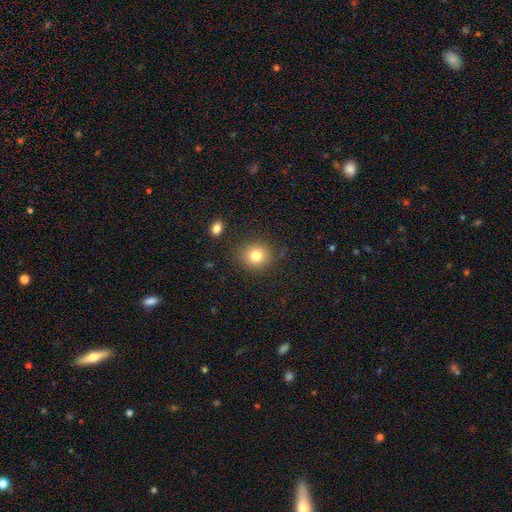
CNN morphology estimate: smooth-or-featured: smooth: 80% | star or artifact: 12% | featured or disk: 8%
  how-rounded: round: 85% | in between: 14% | cigar-shaped: 1%
  merging: none: 86% | minor disturbance: 9% | major disturbance: 3% | merger: 2%